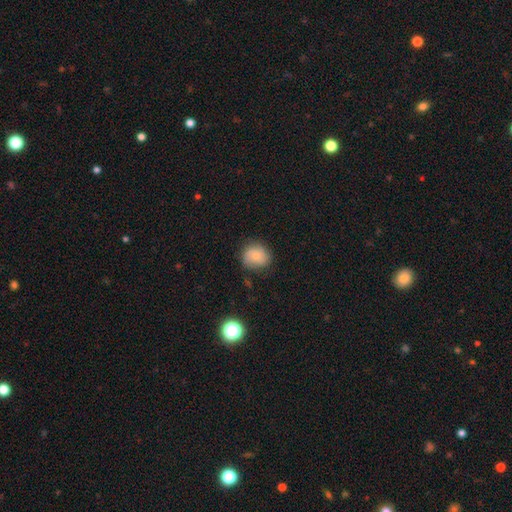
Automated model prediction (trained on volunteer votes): Q: Smooth or featured?
A: smooth (72%); runner-up: featured or disk (19%)
Q: How rounded?
A: round (78%); runner-up: in between (21%)
Q: Merging?
A: none (71%); runner-up: minor disturbance (22%)